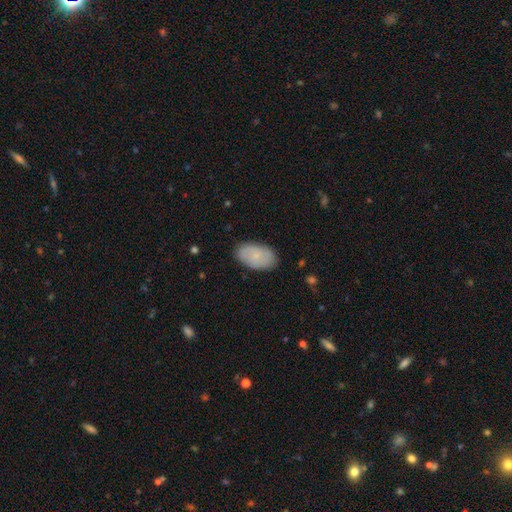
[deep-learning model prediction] Q: Smooth or featured?
A: smooth (74%); runner-up: featured or disk (19%)
Q: How rounded?
A: in between (94%); runner-up: round (5%)
Q: Merging?
A: none (84%); runner-up: minor disturbance (12%)